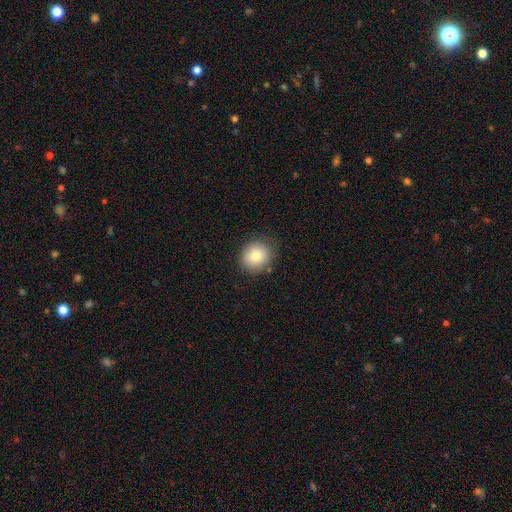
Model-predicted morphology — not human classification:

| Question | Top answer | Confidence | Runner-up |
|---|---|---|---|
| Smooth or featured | smooth | 80% | featured or disk (10%) |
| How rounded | round | 80% | in between (19%) |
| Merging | none | 83% | minor disturbance (12%) |